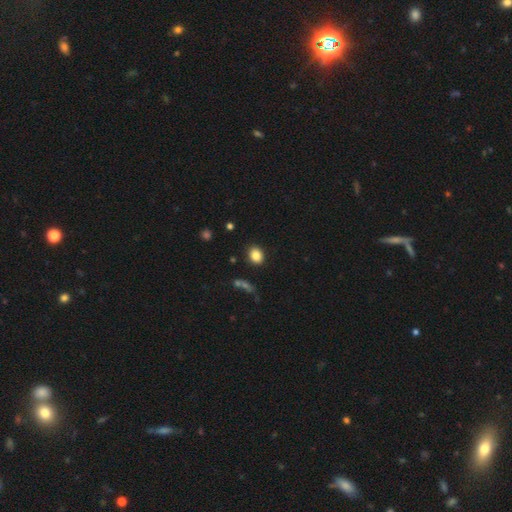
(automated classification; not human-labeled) smooth 84%, star or artifact 10%, featured or disk 6%. Down the decision tree: how rounded — in between (52%); merging — none (87%).